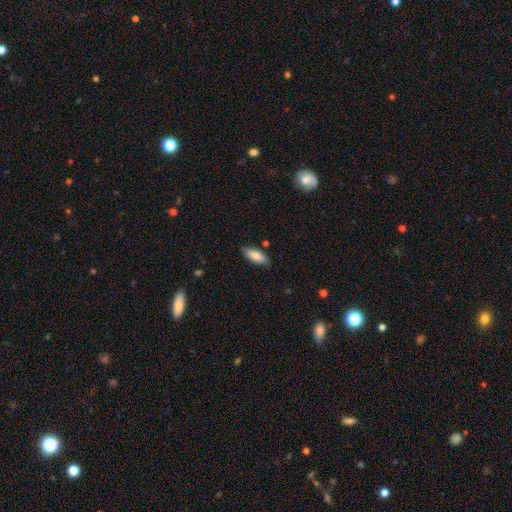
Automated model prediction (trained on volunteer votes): Smooth or featured? Predicted: smooth (p=0.83). How rounded? Predicted: in between (p=0.77). Merging? Predicted: none (p=0.85).